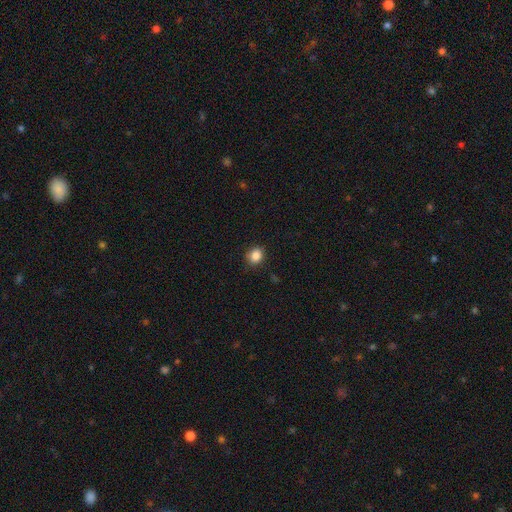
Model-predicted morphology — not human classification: type=smooth (86%); roundness=round (68%); merging=none (85%).